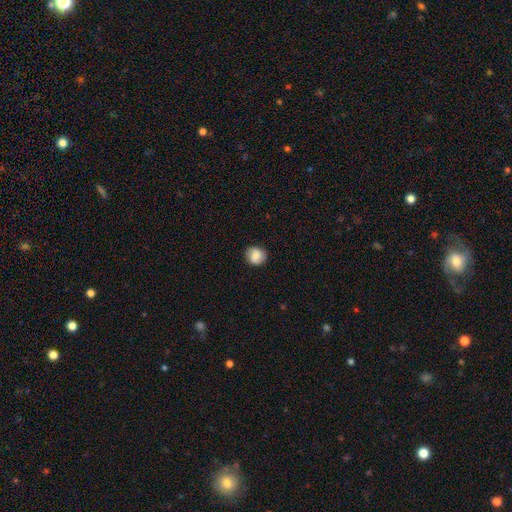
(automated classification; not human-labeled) smooth 78%, featured or disk 13%, star or artifact 9%. Down the decision tree: how rounded — round (84%); merging — none (84%).